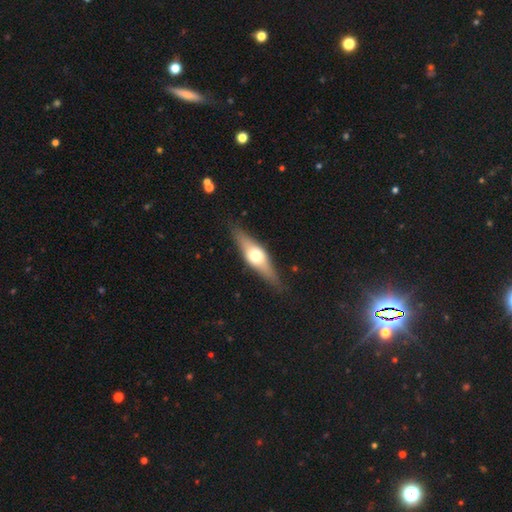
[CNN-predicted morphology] This is possibly a featured or disk galaxy (57%). It is clearly viewed edge-on (89%). Edge-on bulge: clearly rounded (94%). Merging: clearly none (84%).